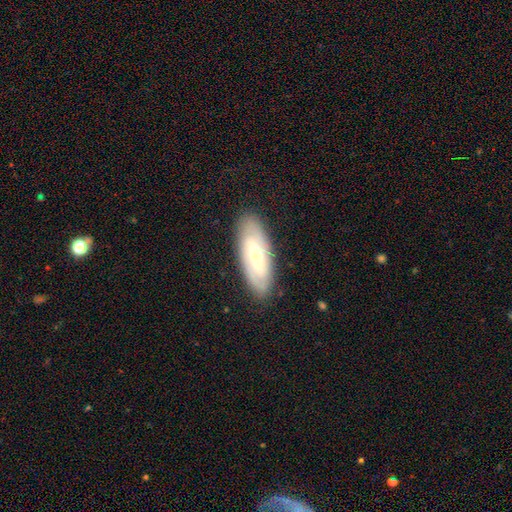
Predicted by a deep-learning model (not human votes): Smooth or featured: featured or disk — 64% (smooth — 30%)
Edge-on disk: no — 80% (yes — 20%)
Bar: strong — 45% (weak — 41%)
Spiral arms: yes — 71% (no — 29%)
Bulge size: moderate — 49% (small — 37%)
Merging: none — 85% (minor disturbance — 11%)